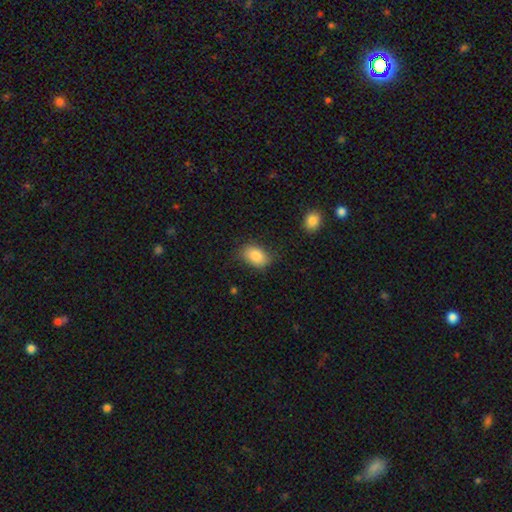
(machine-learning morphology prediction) This is clearly a smooth galaxy (86%). How rounded: clearly in between (83%). Merging: likely none (77%).